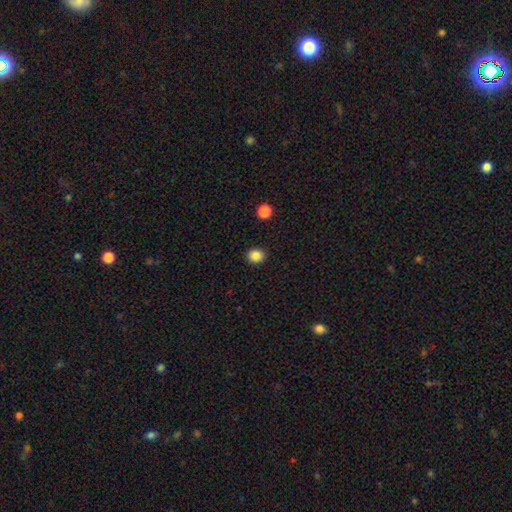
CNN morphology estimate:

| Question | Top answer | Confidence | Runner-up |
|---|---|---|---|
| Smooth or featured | smooth | 86% | star or artifact (10%) |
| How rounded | round | 65% | in between (34%) |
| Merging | none | 91% | minor disturbance (6%) |